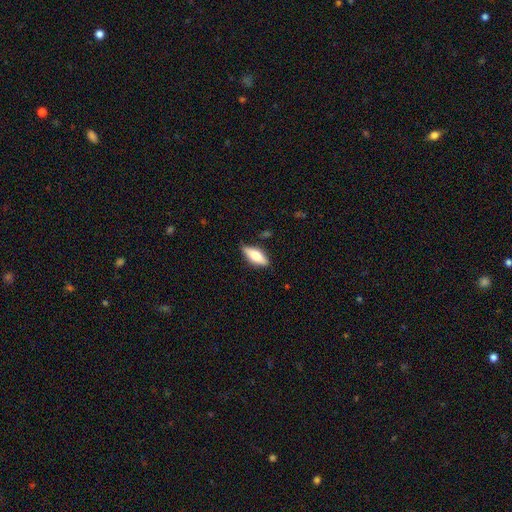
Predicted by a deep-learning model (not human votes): Overall: smooth (63%; featured or disk 31%). How rounded: in between (73%). Merging: none (82%).